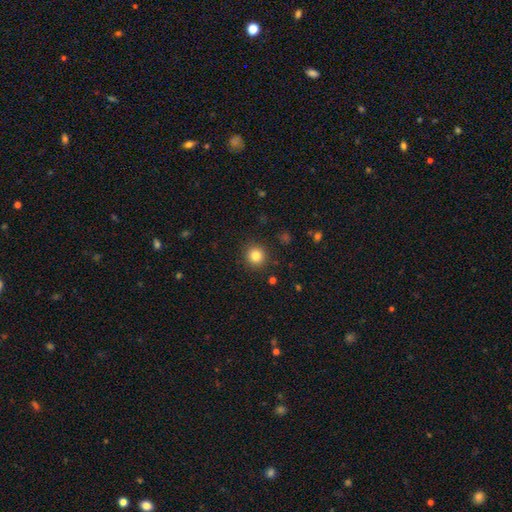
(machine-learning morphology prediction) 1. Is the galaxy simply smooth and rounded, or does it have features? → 83% smooth, 12% star or artifact, 6% featured or disk.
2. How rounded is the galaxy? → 93% round, 6% in between, 1% cigar-shaped.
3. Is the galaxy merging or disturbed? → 91% none, 6% minor disturbance, 2% major disturbance, 1% merger.